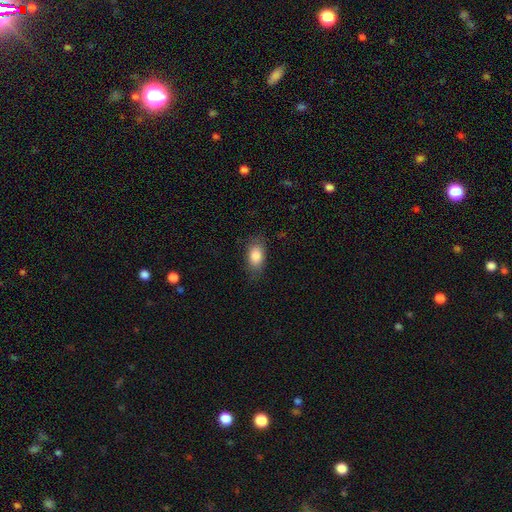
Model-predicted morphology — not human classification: smooth_or_featured: smooth (p=0.85) [alt: featured or disk p=0.08]
how_rounded: in between (p=0.89) [alt: round p=0.08]
merging: none (p=0.77) [alt: minor disturbance p=0.17]